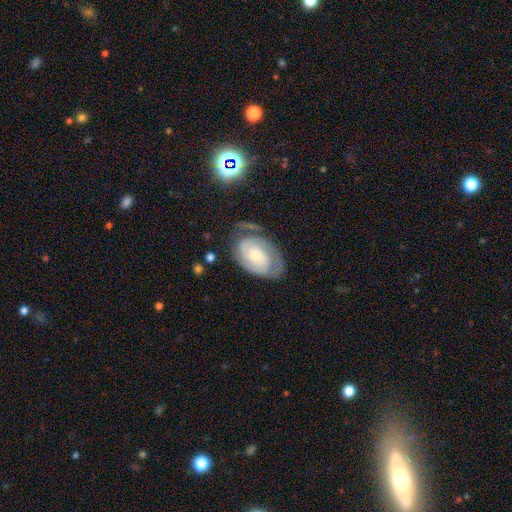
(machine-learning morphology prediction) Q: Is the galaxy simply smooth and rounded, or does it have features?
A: featured or disk — 69%.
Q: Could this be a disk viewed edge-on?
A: no — 97%.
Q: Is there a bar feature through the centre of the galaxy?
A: no — 65%.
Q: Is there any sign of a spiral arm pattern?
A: yes — 90%.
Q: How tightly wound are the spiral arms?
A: tight — 55%.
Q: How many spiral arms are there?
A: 2 — 62%.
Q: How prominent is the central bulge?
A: small — 55%.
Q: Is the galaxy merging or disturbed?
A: none — 59%.